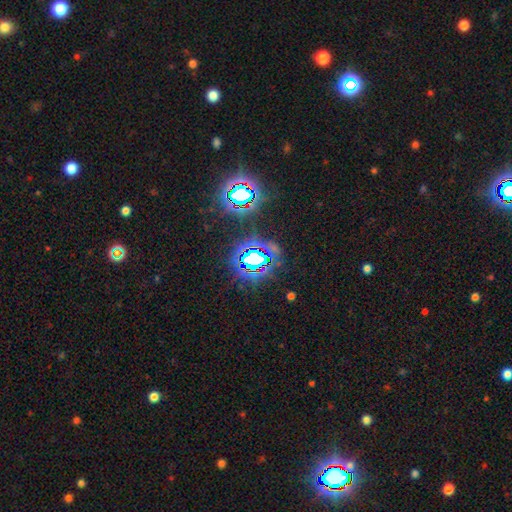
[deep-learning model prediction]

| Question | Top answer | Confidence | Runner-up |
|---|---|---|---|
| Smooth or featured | star or artifact | 74% | smooth (15%) |